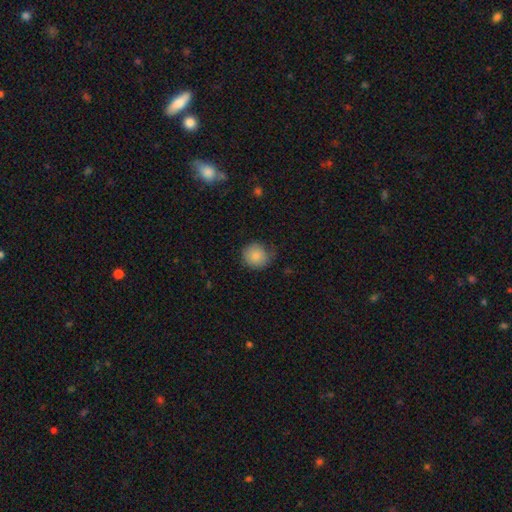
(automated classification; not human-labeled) This is clearly a smooth galaxy (84%). How rounded: clearly round (89%). Merging: likely none (71%).